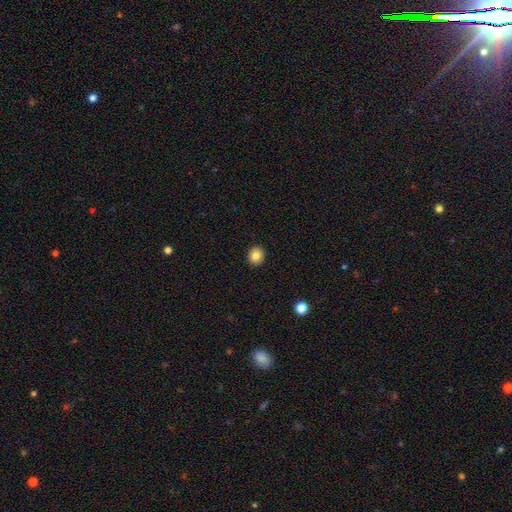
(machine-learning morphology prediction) This appears to be a smooth galaxy with no disk features (84%) that is round (86%). Merging: none (93%).